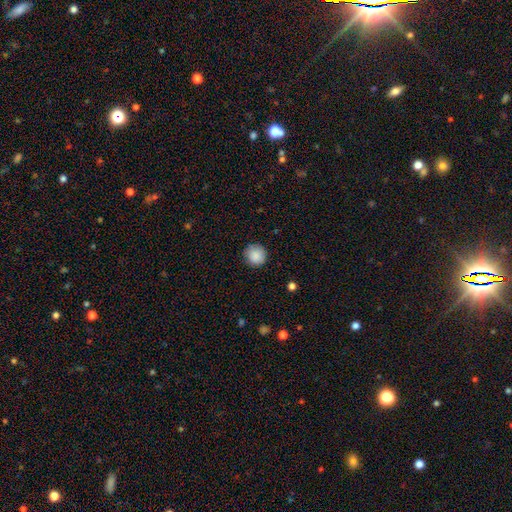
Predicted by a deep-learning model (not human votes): A smooth galaxy with no disk features (87%) that is round (94%).

Vote fractions:
- Smooth or featured? smooth: 87% / star or artifact: 8% / featured or disk: 4%
- How rounded? round: 94% / in between: 5% / cigar-shaped: 1%
- Merging? none: 87% / minor disturbance: 10% / major disturbance: 2% / merger: 1%